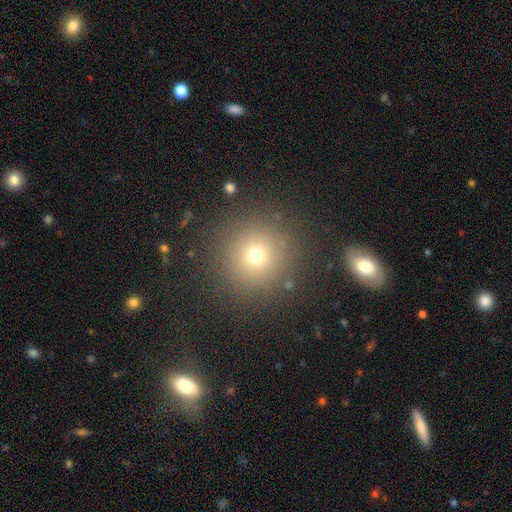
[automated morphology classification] This is likely a smooth galaxy (69%). How rounded: clearly round (95%). Merging: clearly none (88%).